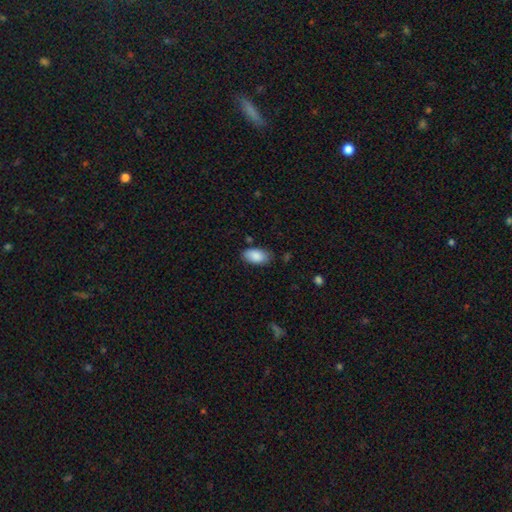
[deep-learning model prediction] Overall: smooth (89%). How rounded: in between (94%). Merging: none (78%).